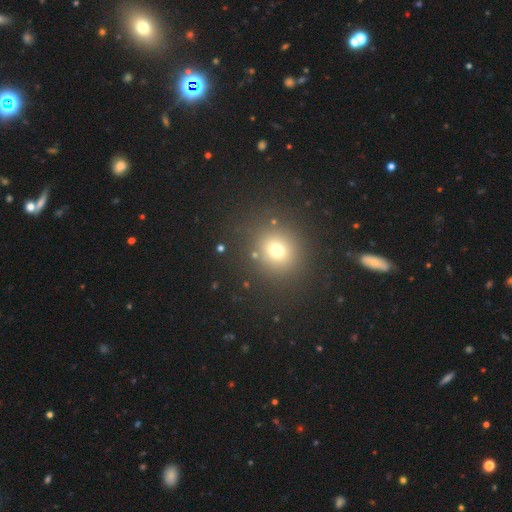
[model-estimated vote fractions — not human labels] The model was most divided on "smooth or featured": smooth: 69%, star or artifact: 23%, featured or disk: 9%. More confident: merging — none (87%); how rounded — round (86%).